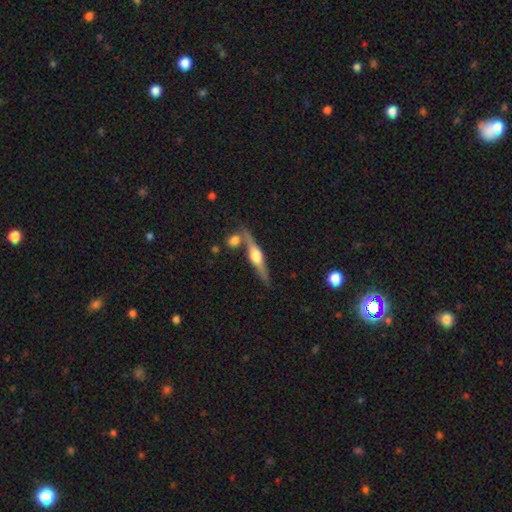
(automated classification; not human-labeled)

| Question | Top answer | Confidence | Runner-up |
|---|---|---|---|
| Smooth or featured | featured or disk | 76% | smooth (18%) |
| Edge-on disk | yes | 97% | no (3%) |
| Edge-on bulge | rounded | 93% | boxy (5%) |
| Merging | none | 74% | merger (13%) |